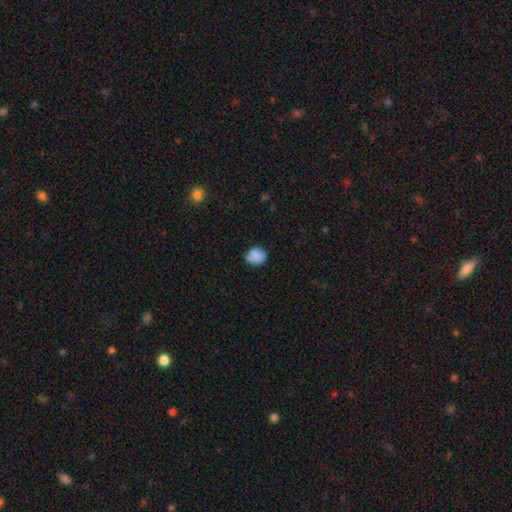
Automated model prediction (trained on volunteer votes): Smooth or featured? Predicted: smooth (p=0.83). How rounded? Predicted: round (p=0.66). Merging? Predicted: none (p=0.68).